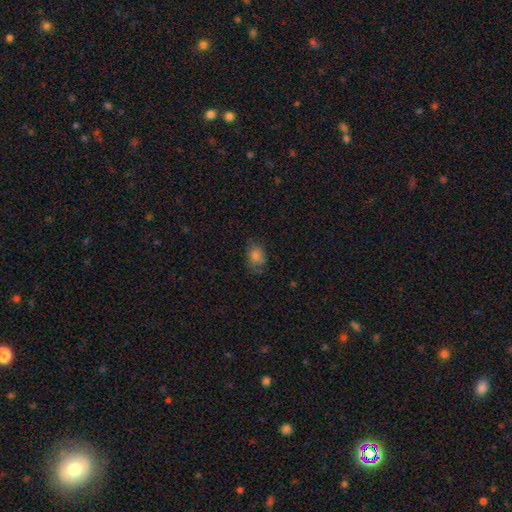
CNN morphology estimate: smooth 73%, featured or disk 14%, star or artifact 13%. Down the decision tree: how rounded — in between (58%); merging — none (67%).